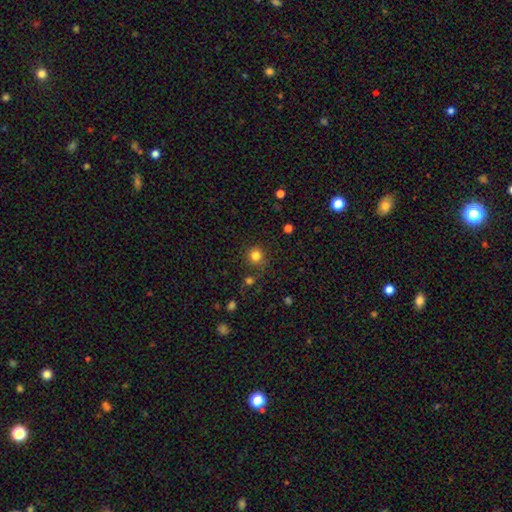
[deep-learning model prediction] A smooth galaxy with no disk features (81%) that is round (92%).

Vote fractions:
- Smooth or featured? smooth: 81% / star or artifact: 14% / featured or disk: 5%
- How rounded? round: 92% / in between: 7% / cigar-shaped: 1%
- Merging? none: 82% / minor disturbance: 9% / merger: 5% / major disturbance: 4%